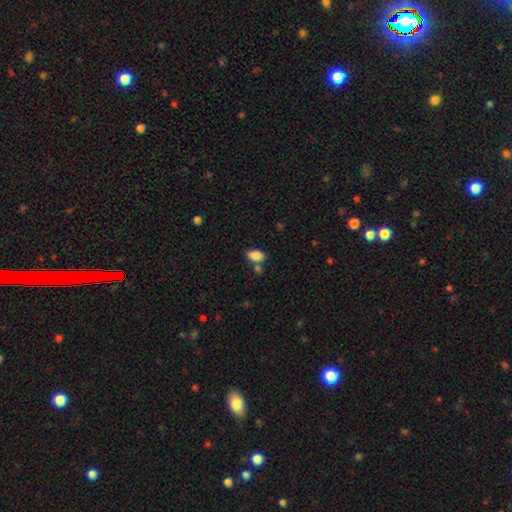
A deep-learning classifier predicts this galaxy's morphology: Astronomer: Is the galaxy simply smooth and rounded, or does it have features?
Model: smooth — 87%.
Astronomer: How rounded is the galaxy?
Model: in between — 92%.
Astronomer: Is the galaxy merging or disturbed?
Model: none — 65%.